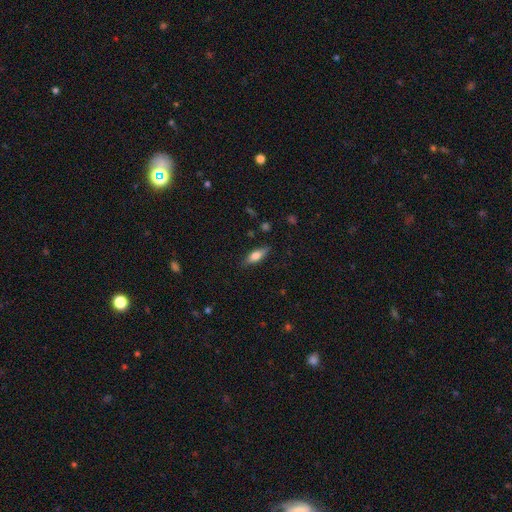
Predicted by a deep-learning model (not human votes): Smooth or featured? smooth (68%)
How rounded? in between (66%)
Merging? none (82%)